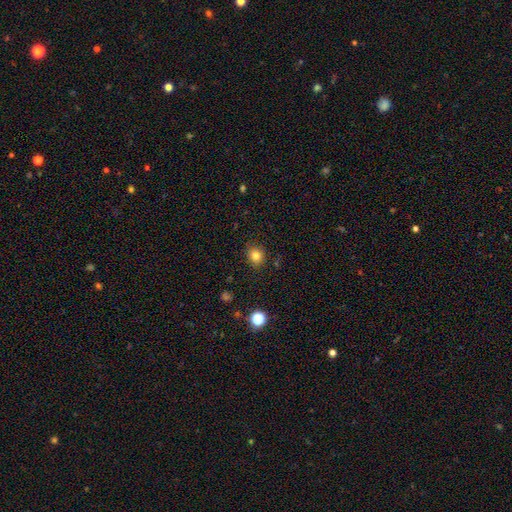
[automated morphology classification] A smooth galaxy with no disk features (82%) that is round (78%).

Vote fractions:
- Smooth or featured? smooth: 82% / star or artifact: 12% / featured or disk: 6%
- How rounded? round: 78% / in between: 22% / cigar-shaped: 1%
- Merging? none: 87% / minor disturbance: 10% / major disturbance: 2% / merger: 1%